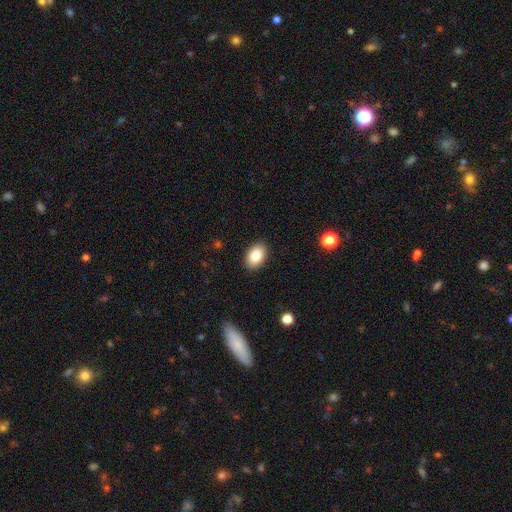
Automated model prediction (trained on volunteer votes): This appears to be a smooth galaxy with no disk features (88%) that is in between round and cigar-shaped (89%). Merging: none (89%).